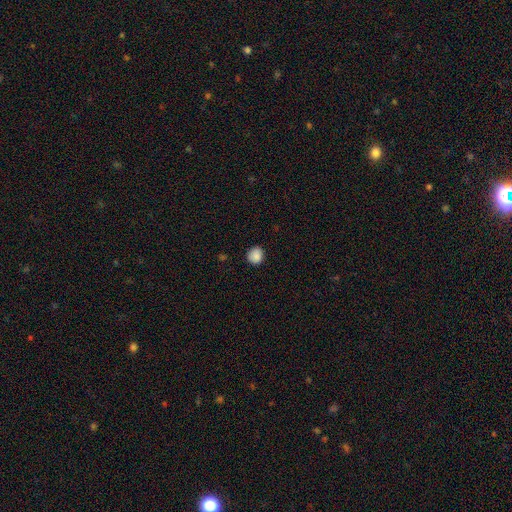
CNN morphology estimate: smooth_or_featured: smooth (p=0.87) [alt: star or artifact p=0.09]
how_rounded: round (p=0.80) [alt: in between p=0.19]
merging: none (p=0.85) [alt: minor disturbance p=0.12]